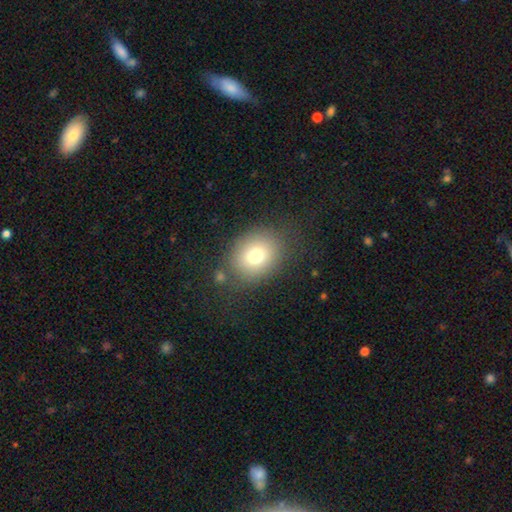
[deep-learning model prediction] This is likely a smooth galaxy (76%). How rounded: possibly round (52%). Merging: likely none (78%).